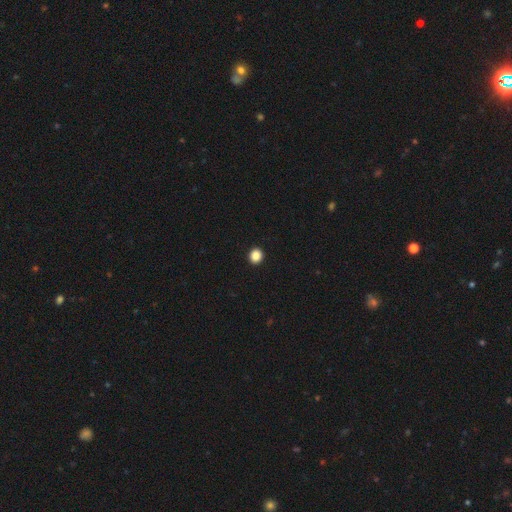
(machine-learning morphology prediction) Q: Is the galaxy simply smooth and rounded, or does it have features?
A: smooth — 88%.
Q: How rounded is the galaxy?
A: round — 86%.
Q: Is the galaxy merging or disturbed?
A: none — 94%.